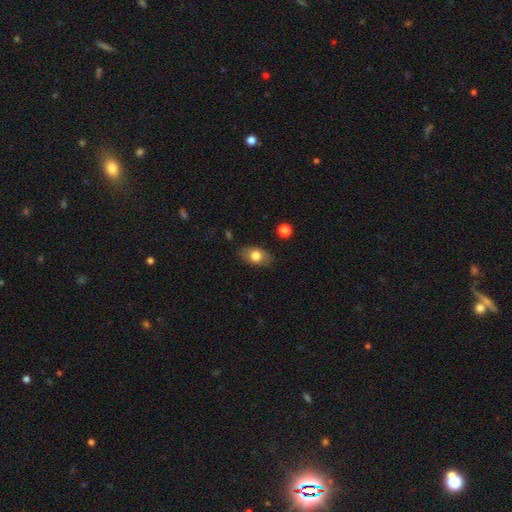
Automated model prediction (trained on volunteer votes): The model was most divided on "smooth or featured": smooth: 74%, featured or disk: 18%, star or artifact: 8%. More confident: how rounded — in between (84%); merging — none (81%).